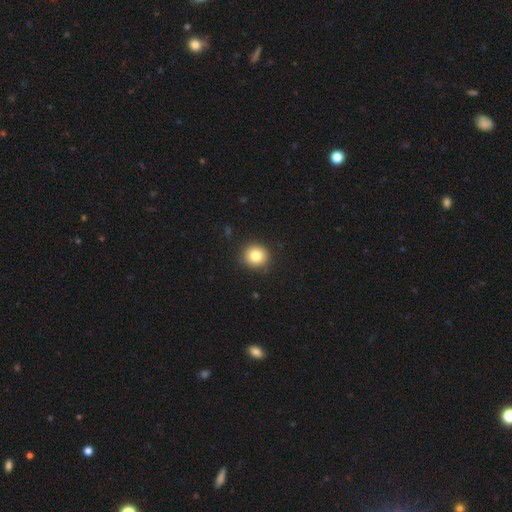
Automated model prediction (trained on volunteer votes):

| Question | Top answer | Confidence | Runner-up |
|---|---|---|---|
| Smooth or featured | smooth | 83% | star or artifact (10%) |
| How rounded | round | 91% | in between (8%) |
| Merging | none | 91% | minor disturbance (6%) |